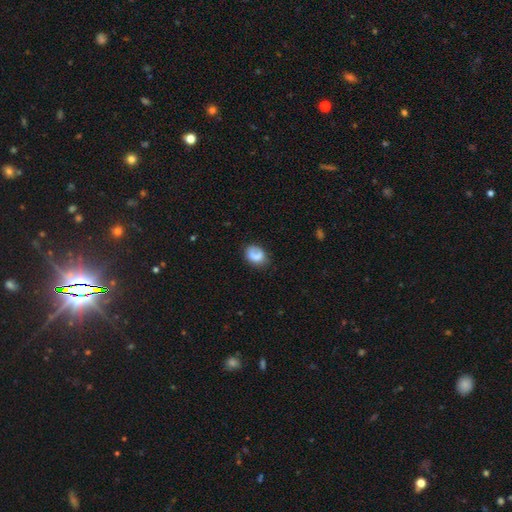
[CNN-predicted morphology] Q: Smooth or featured?
A: smooth (69%); runner-up: featured or disk (22%)
Q: How rounded?
A: in between (61%); runner-up: round (38%)
Q: Merging?
A: none (55%); runner-up: minor disturbance (25%)